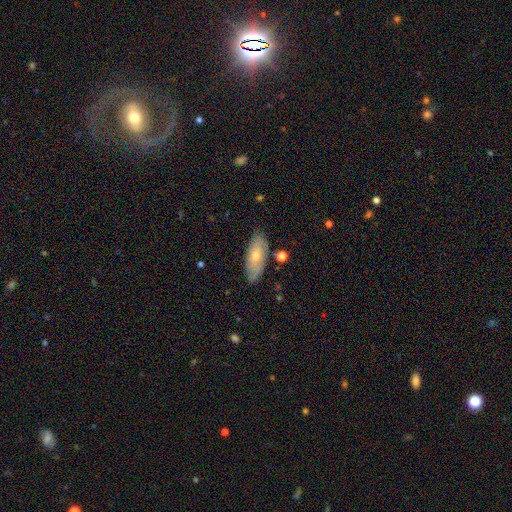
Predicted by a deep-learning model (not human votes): The model was most divided on "smooth or featured": smooth: 53%, featured or disk: 40%, star or artifact: 7%. More confident: merging — none (82%); how rounded — in between (73%).